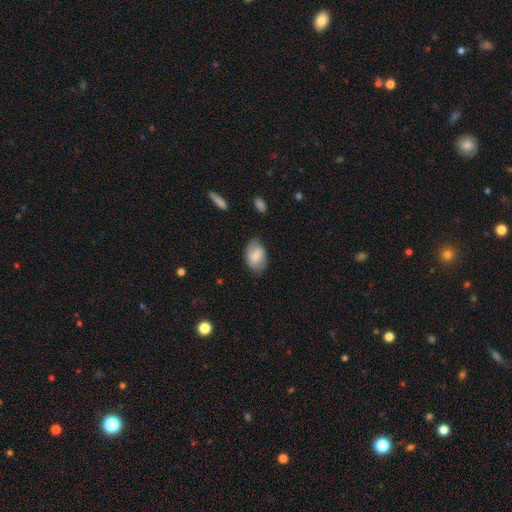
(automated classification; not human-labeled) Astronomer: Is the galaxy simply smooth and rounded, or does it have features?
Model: smooth — 65%.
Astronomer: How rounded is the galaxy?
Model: in between — 86%.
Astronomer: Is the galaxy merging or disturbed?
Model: none — 64%.